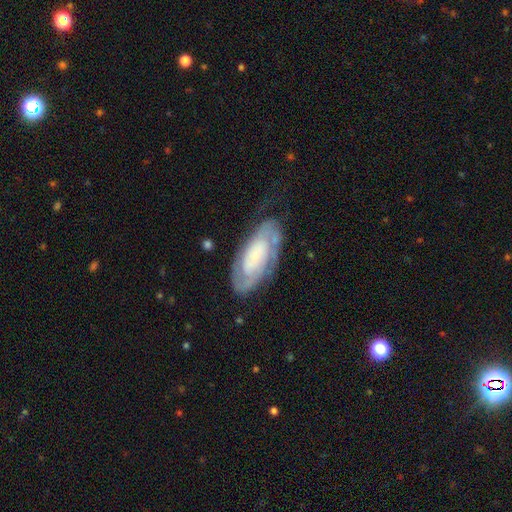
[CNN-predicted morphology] smooth_or_featured: featured or disk (p=0.77) [alt: smooth p=0.17]
disk_edge_on: no (p=0.94) [alt: yes p=0.06]
bar: no (p=0.65) [alt: weak p=0.25]
has_spiral_arms: yes (p=0.92) [alt: no p=0.08]
spiral_winding: tight (p=0.64) [alt: medium p=0.29]
spiral_arm_count: 2 (p=0.60) [alt: can't tell p=0.24]
bulge_size: small (p=0.50) [alt: none p=0.19]
merging: none (p=0.66) [alt: minor disturbance p=0.21]